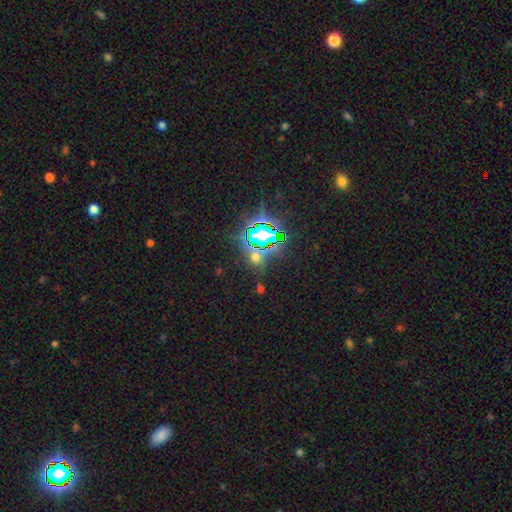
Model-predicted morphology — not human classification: A star or artifact, not a galaxy (69%).